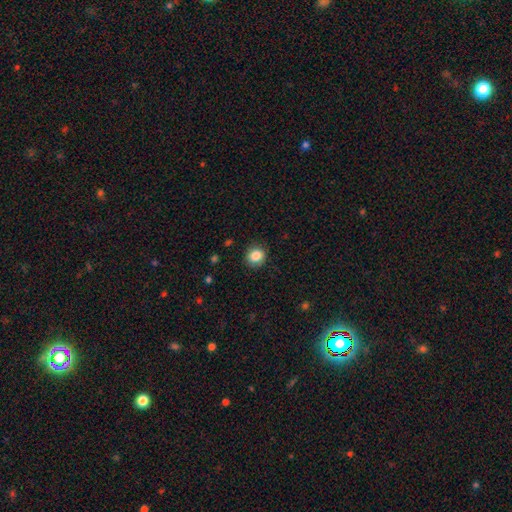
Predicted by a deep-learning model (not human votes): Smooth or featured? smooth (86%)
How rounded? round (81%)
Merging? none (87%)